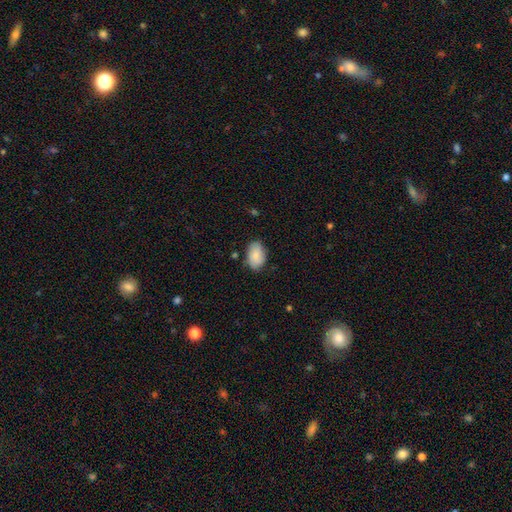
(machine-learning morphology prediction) Smooth or featured? smooth (85%)
How rounded? in between (90%)
Merging? none (78%)